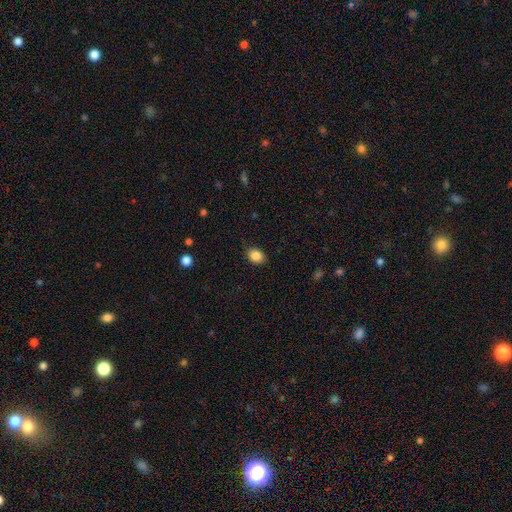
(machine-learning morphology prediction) Smooth or featured?
  - smooth: 86% *
  - star or artifact: 9%
  - featured or disk: 5%
How rounded?
  - in between: 62% *
  - round: 37%
  - cigar-shaped: 1%
Merging?
  - none: 85% *
  - minor disturbance: 11%
  - major disturbance: 2%
  - merger: 1%